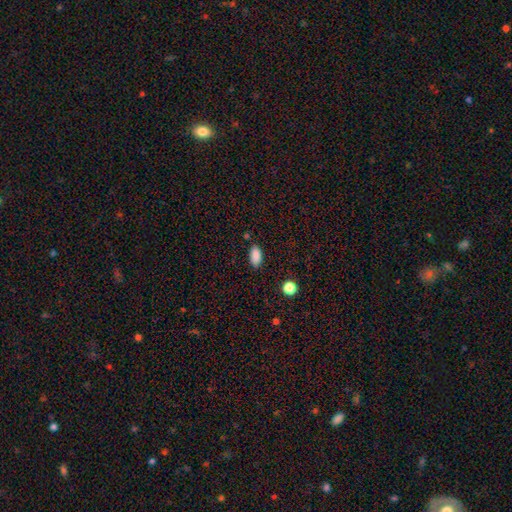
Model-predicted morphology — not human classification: Smooth or featured? Predicted: smooth (p=0.88). How rounded? Predicted: in between (p=0.91). Merging? Predicted: none (p=0.86).